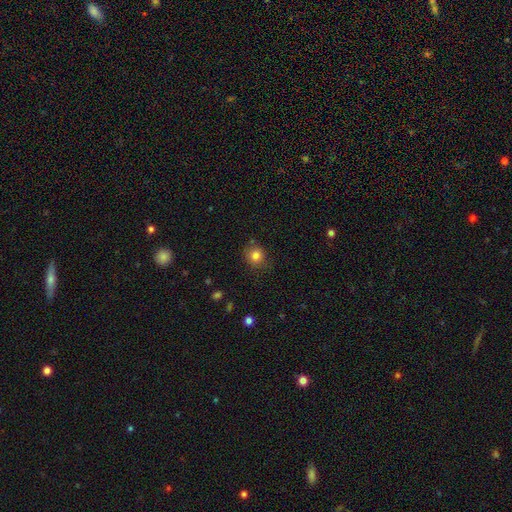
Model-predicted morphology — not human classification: A smooth galaxy with no disk features (82%) that is round (84%).

Vote fractions:
- Smooth or featured? smooth: 82% / star or artifact: 11% / featured or disk: 7%
- How rounded? round: 84% / in between: 16% / cigar-shaped: 1%
- Merging? none: 79% / minor disturbance: 15% / major disturbance: 4% / merger: 2%